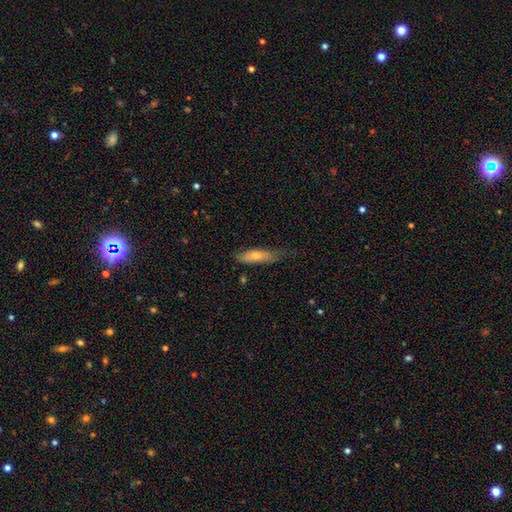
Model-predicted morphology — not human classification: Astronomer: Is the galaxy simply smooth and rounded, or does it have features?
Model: smooth — 71%.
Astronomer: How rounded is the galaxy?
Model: in between — 52% (runner-up: cigar-shaped, 46%).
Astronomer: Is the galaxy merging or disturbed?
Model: none — 51% (runner-up: minor disturbance, 35%).